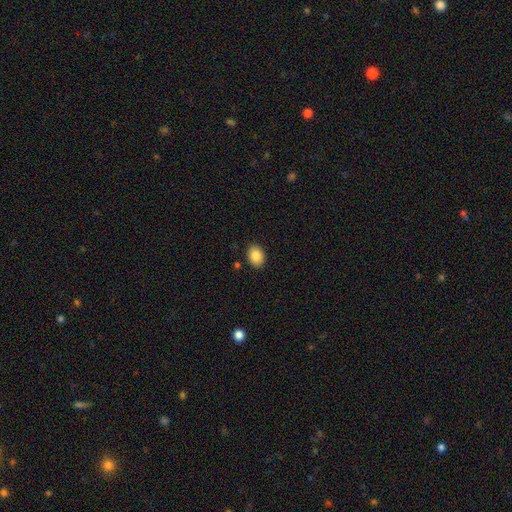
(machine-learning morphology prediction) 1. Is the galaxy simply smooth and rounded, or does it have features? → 85% smooth, 8% star or artifact, 7% featured or disk.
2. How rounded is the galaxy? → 71% in between, 28% round, 1% cigar-shaped.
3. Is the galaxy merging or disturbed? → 89% none, 8% minor disturbance, 2% major disturbance, 2% merger.